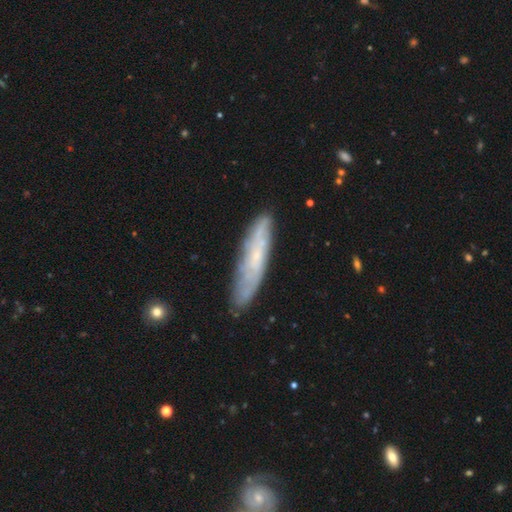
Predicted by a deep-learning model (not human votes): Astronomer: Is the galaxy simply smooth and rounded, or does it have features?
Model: featured or disk — 57% (runner-up: smooth, 36%).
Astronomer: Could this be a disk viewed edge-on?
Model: no — 53% (runner-up: yes, 47%).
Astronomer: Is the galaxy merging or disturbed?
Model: none — 81%.